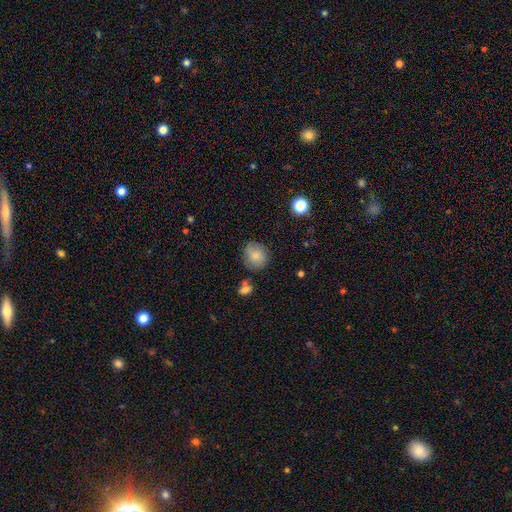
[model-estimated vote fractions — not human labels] The model was most divided on "merging": none: 70%, minor disturbance: 20%, major disturbance: 5%, merger: 4%. More confident: how rounded — round (83%); smooth or featured — smooth (79%).